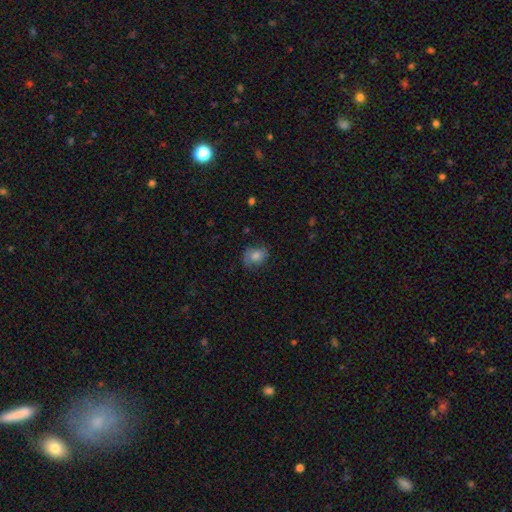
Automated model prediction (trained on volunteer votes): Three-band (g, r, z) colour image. It shows a smooth galaxy with no disk features (69%) that is in between round and cigar-shaped (54%). Merging: none (68%).